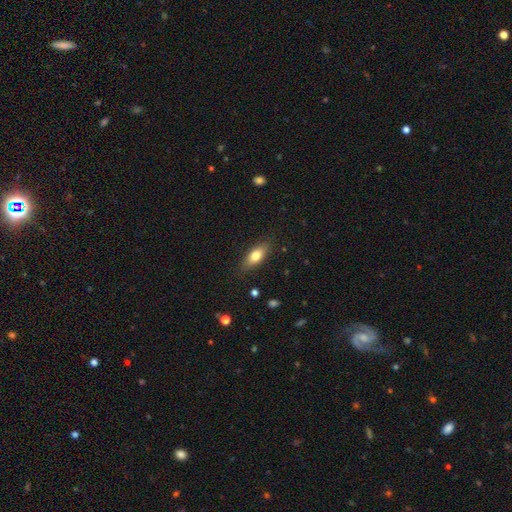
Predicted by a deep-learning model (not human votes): smooth-or-featured: smooth: 75% | featured or disk: 18% | star or artifact: 7%
  how-rounded: in between: 75% | cigar-shaped: 21% | round: 4%
  merging: none: 84% | minor disturbance: 12% | major disturbance: 3% | merger: 1%